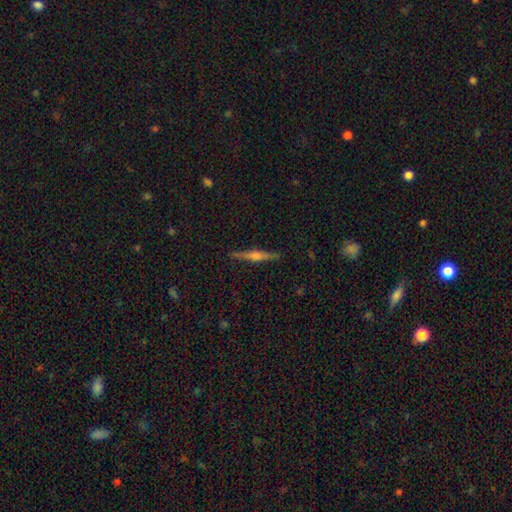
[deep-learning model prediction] A featured or disk galaxy (78%) viewed edge-on (98%) with a rounded central bulge (88%).

Vote fractions:
- Smooth or featured? featured or disk: 78% / smooth: 16% / star or artifact: 6%
- Edge-on disk? yes: 98% / no: 2%
- Edge-on bulge? rounded: 88% / boxy: 7% / none: 5%
- Merging? none: 91% / minor disturbance: 6% / major disturbance: 1% / merger: 1%